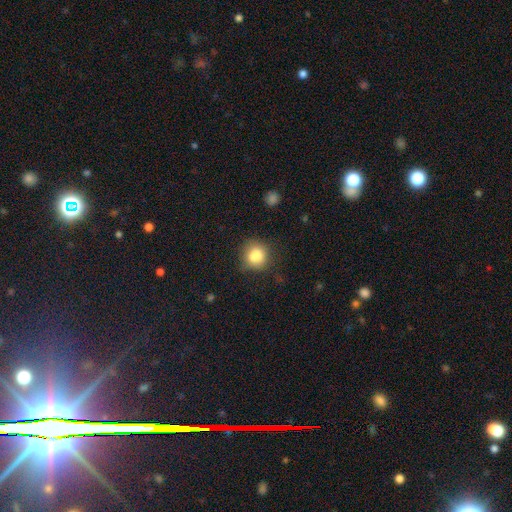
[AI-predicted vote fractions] This is clearly a smooth galaxy (82%). How rounded: clearly round (81%). Merging: likely none (67%).